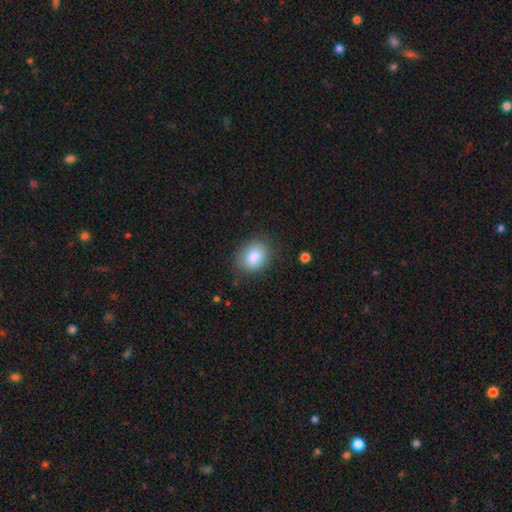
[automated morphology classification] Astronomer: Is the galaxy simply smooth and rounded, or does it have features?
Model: smooth — 84%.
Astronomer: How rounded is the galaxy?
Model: in between — 53% (runner-up: round, 46%).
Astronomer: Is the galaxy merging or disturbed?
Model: none — 80%.